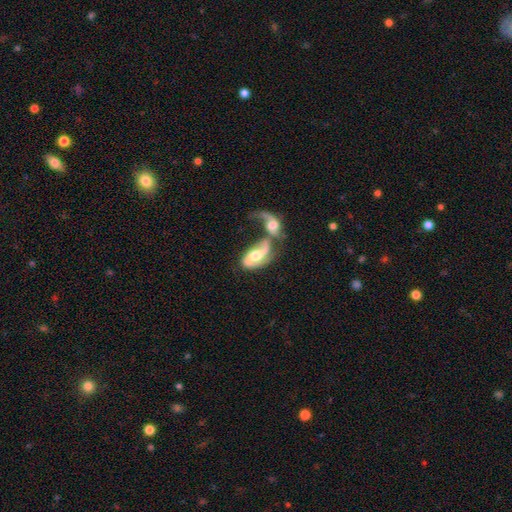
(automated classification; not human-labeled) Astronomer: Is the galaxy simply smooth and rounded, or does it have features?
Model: featured or disk — 79%.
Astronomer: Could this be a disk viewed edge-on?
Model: no — 95%.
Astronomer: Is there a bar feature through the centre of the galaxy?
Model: no — 41% (runner-up: weak, 40%).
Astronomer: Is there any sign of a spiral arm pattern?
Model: yes — 92%.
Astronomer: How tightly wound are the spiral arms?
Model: loose — 51% (runner-up: medium, 35%).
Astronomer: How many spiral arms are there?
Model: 2 — 82%.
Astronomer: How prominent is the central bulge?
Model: moderate — 67%.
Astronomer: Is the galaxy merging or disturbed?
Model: merger — 70%.